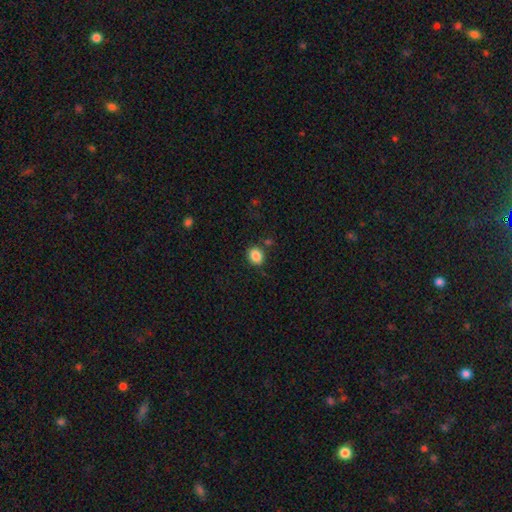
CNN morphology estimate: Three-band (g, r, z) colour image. It shows a smooth galaxy with no disk features (86%) that is round (62%). Merging: none (80%).